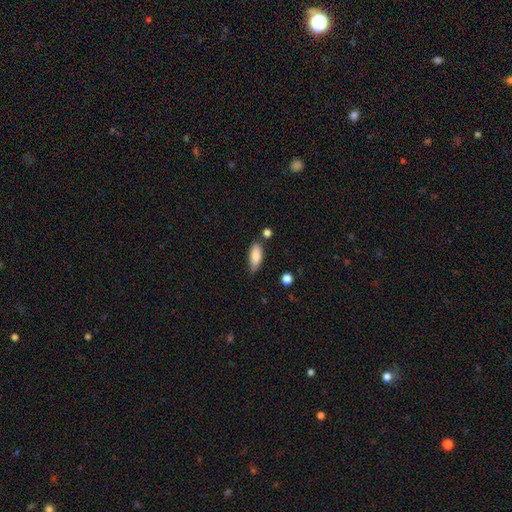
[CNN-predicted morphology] A smooth galaxy with no disk features (83%) that is in between round and cigar-shaped (76%). Merging: none (54%).